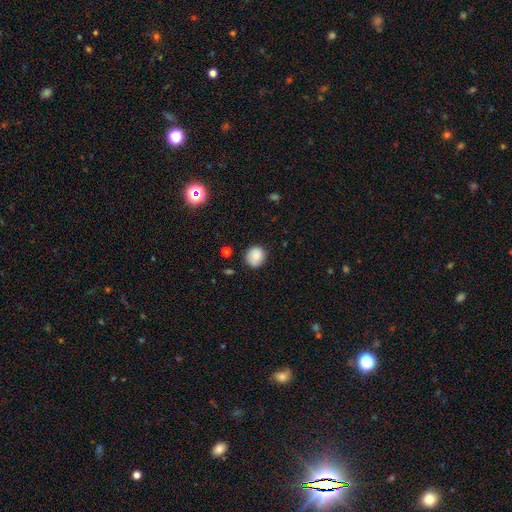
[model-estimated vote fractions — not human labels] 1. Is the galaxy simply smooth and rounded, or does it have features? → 83% smooth, 9% star or artifact, 8% featured or disk.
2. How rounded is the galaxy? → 88% round, 11% in between, 1% cigar-shaped.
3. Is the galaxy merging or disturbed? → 79% none, 16% minor disturbance, 3% major disturbance, 2% merger.